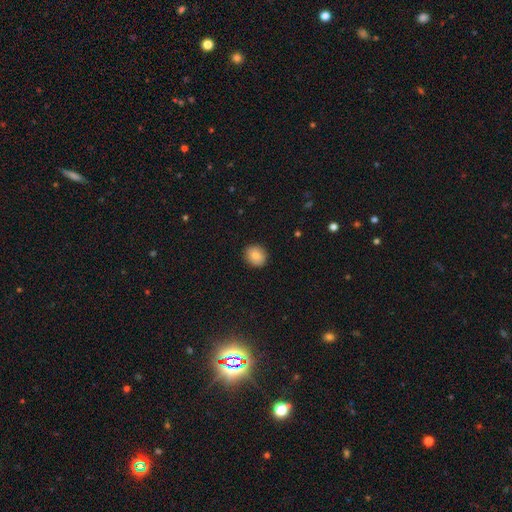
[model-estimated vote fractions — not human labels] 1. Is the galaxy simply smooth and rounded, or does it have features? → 86% smooth, 8% star or artifact, 6% featured or disk.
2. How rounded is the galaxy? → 68% round, 31% in between, 1% cigar-shaped.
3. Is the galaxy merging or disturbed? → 90% none, 7% minor disturbance, 2% major disturbance, 1% merger.